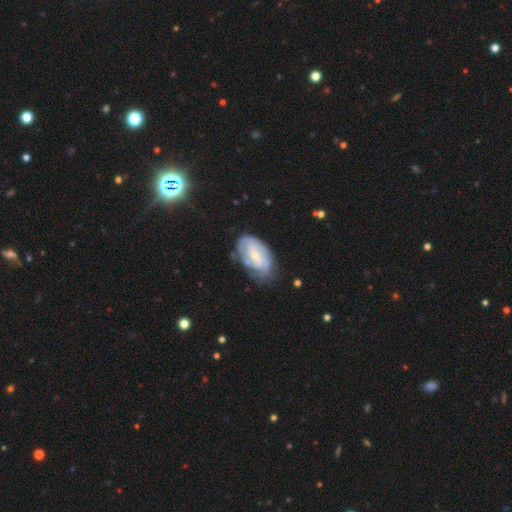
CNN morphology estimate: This is likely a featured or disk galaxy (72%). It is clearly not viewed edge-on (96%). Bar: marginally weak (44%, tied with no). Spiral arm pattern: clearly yes (85%). Spiral arm count: marginally can't tell (40%). Spiral winding: possibly tight (51%). Central bulge: possibly small (60%). Merging: likely none (60%).